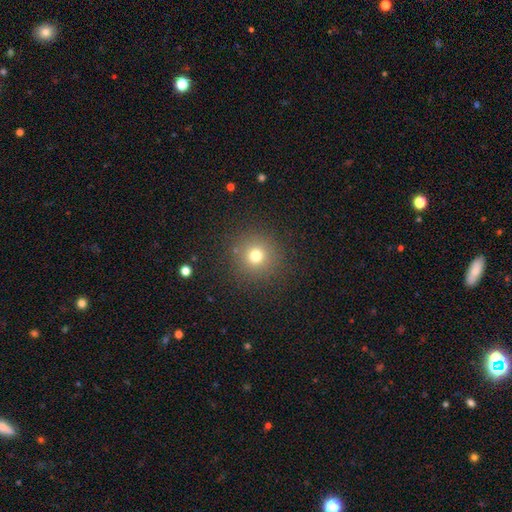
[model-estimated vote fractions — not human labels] The model was most divided on "smooth or featured": smooth: 74%, star or artifact: 17%, featured or disk: 9%. More confident: how rounded — round (95%); merging — none (89%).